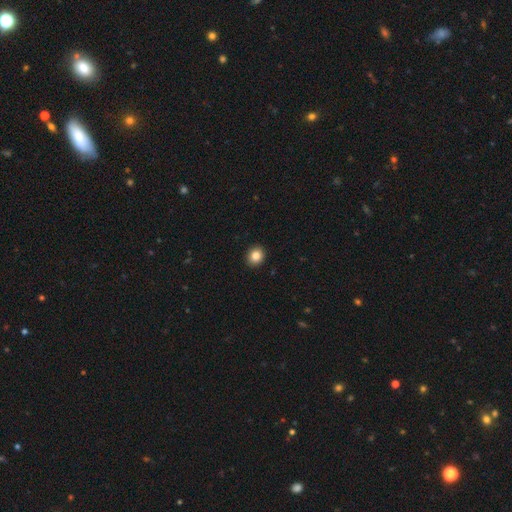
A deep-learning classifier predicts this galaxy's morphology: A smooth galaxy with no disk features (83%) that is round (76%). Merging: none (93%).